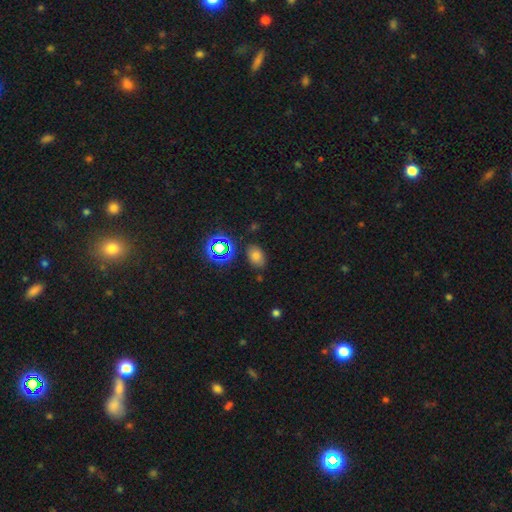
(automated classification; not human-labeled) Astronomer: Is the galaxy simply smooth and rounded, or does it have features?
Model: smooth — 69%.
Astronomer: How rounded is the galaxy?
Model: in between — 81%.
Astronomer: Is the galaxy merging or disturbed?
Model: none — 81%.